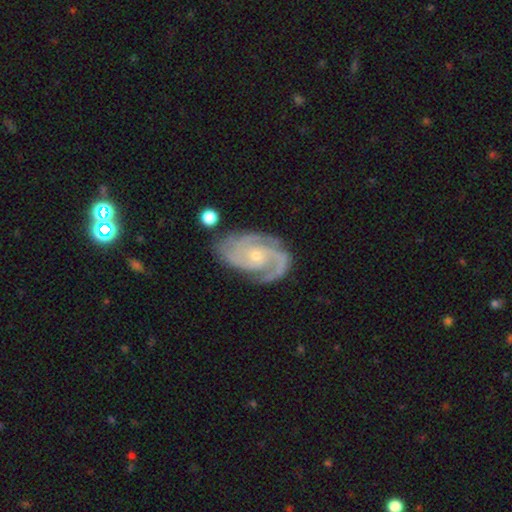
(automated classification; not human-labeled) The model was most divided on "spiral arm count": 2: 44%, 3: 37%, can't tell: 7%, 4: 5%, 1: 4%, more than 4: 4%. More confident: spiral arms — yes (98%); edge-on disk — no (98%); smooth or featured — featured or disk (92%); merging — none (73%); bulge size — small (69%); bar — no (68%); spiral winding — tight (53%).